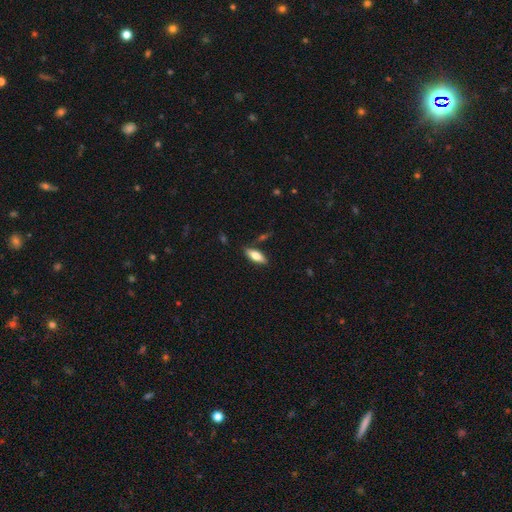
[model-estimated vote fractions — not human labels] This appears to be a smooth galaxy with no disk features (69%) that is in between round and cigar-shaped (67%). Merging: none (81%).